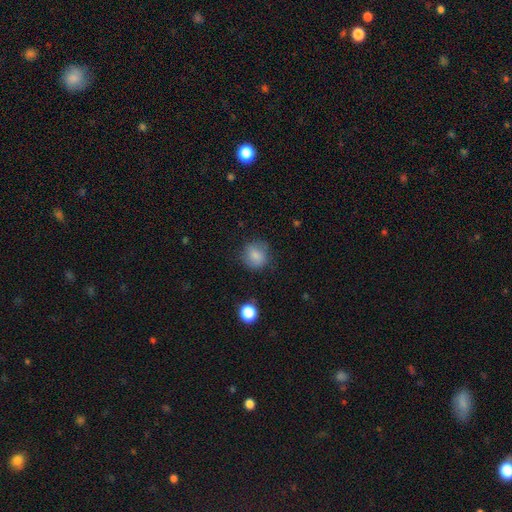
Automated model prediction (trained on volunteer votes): smooth-or-featured: smooth: 81% | star or artifact: 10% | featured or disk: 9%
  how-rounded: round: 81% | in between: 18% | cigar-shaped: 1%
  merging: none: 78% | minor disturbance: 15% | major disturbance: 5% | merger: 2%